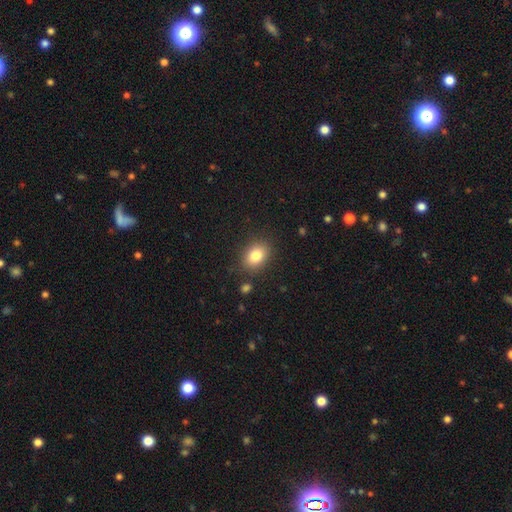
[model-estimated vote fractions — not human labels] This appears to be a smooth galaxy with no disk features (82%) that is in between round and cigar-shaped (67%). Merging: none (84%).